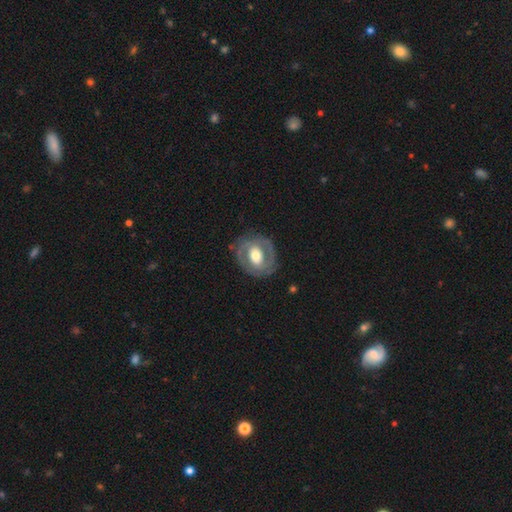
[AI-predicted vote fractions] Morphology: type=featured or disk (70%); edge-on=no (96%); bar=no (47%); spiral arms=yes (64%); bulge=moderate (63%); merging=none (79%).